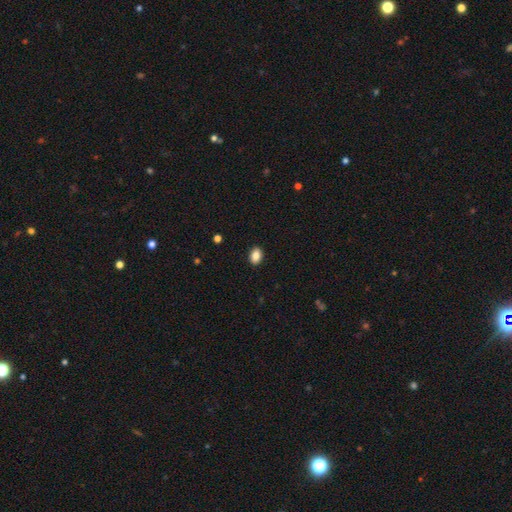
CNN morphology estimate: Overall: smooth (87%). How rounded: in between (81%). Merging: none (90%).